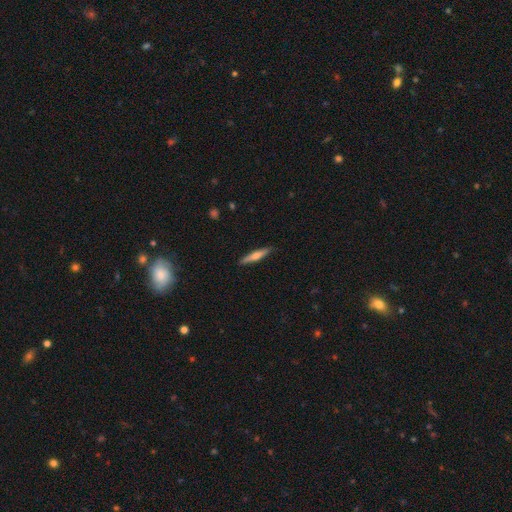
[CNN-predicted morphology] A smooth galaxy with no disk features (53%) that is cigar-shaped (90%).

Vote fractions:
- Smooth or featured? smooth: 53% / featured or disk: 41% / star or artifact: 6%
- How rounded? cigar-shaped: 90% / in between: 8% / round: 2%
- Merging? none: 90% / minor disturbance: 8% / major disturbance: 2% / merger: 1%